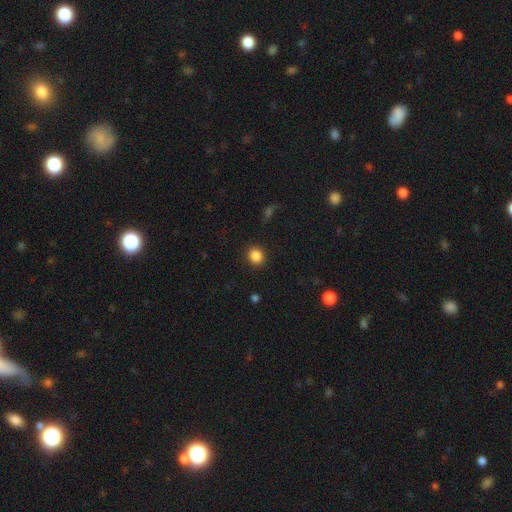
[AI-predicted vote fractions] A smooth galaxy with no disk features (87%) that is round (81%). Merging: none (90%).